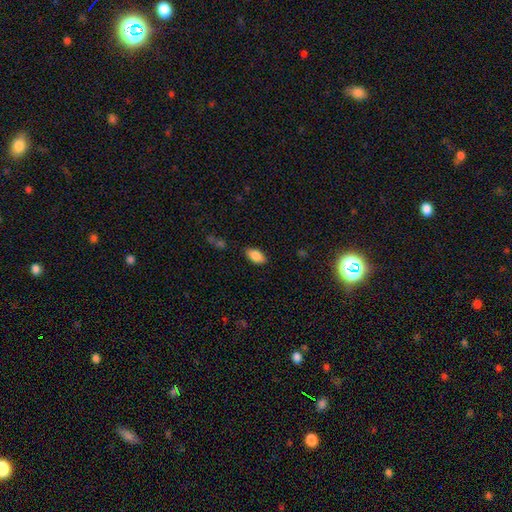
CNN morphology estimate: smooth_or_featured: smooth (p=0.85) [alt: featured or disk p=0.08]
how_rounded: in between (p=0.91) [alt: cigar-shaped p=0.06]
merging: none (p=0.86) [alt: minor disturbance p=0.10]